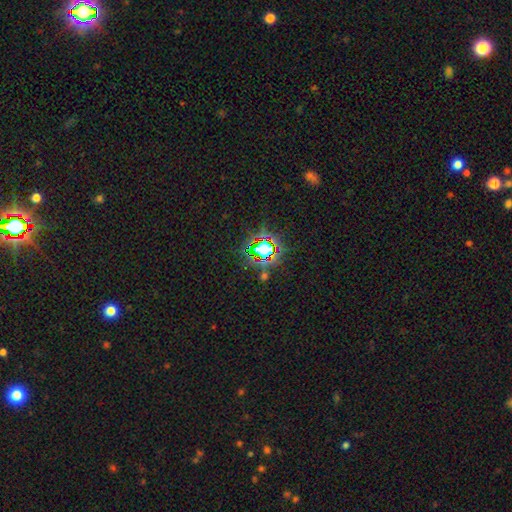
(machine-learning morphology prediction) This is likely a star or artifact rather than a galaxy (72%).